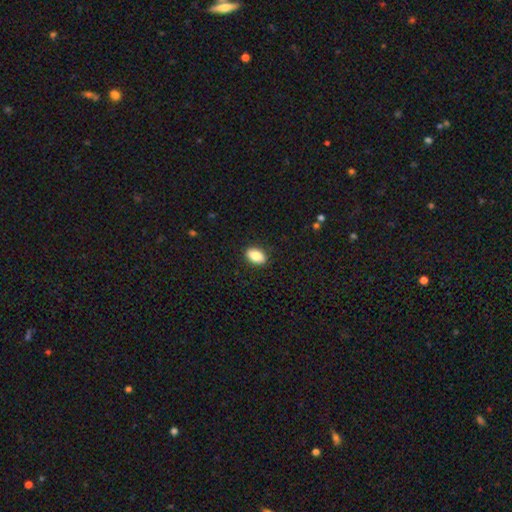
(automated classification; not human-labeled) A smooth galaxy with no disk features (87%) that is in between round and cigar-shaped (91%).

Vote fractions:
- Smooth or featured? smooth: 87% / star or artifact: 7% / featured or disk: 6%
- How rounded? in between: 91% / round: 7% / cigar-shaped: 2%
- Merging? none: 89% / minor disturbance: 8% / major disturbance: 2% / merger: 1%